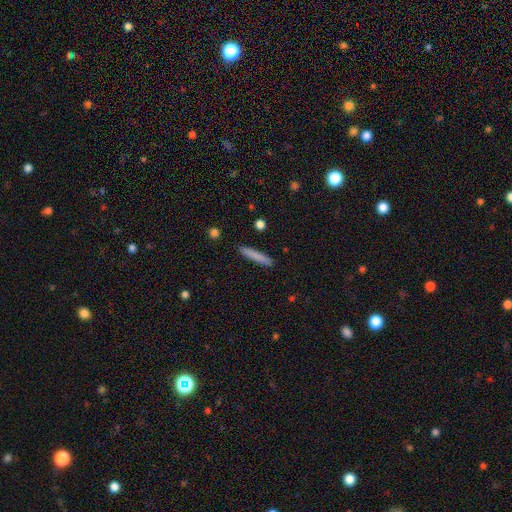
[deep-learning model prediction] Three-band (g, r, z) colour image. It shows a smooth galaxy with no disk features (80%) that is cigar-shaped (94%). Merging: none (90%).